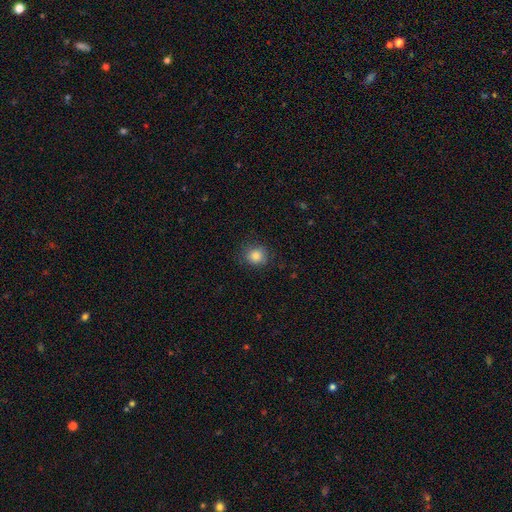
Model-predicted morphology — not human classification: A smooth galaxy with no disk features (84%) that is round (83%).

Vote fractions:
- Smooth or featured? smooth: 84% / star or artifact: 10% / featured or disk: 6%
- How rounded? round: 83% / in between: 16% / cigar-shaped: 1%
- Merging? none: 82% / minor disturbance: 13% / major disturbance: 4% / merger: 1%